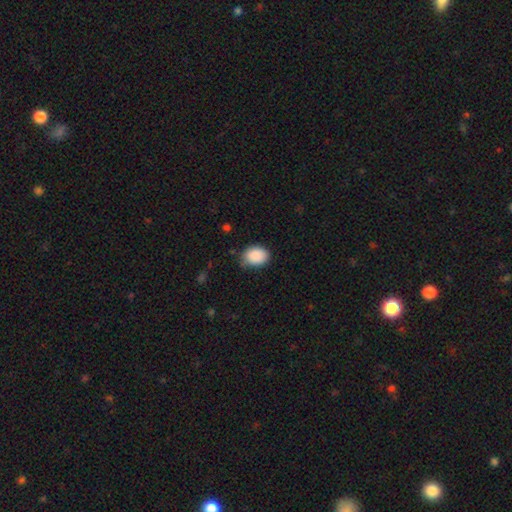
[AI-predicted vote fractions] smooth_or_featured: smooth (p=0.89) [alt: star or artifact p=0.07]
how_rounded: in between (p=0.69) [alt: round p=0.30]
merging: none (p=0.70) [alt: minor disturbance p=0.24]